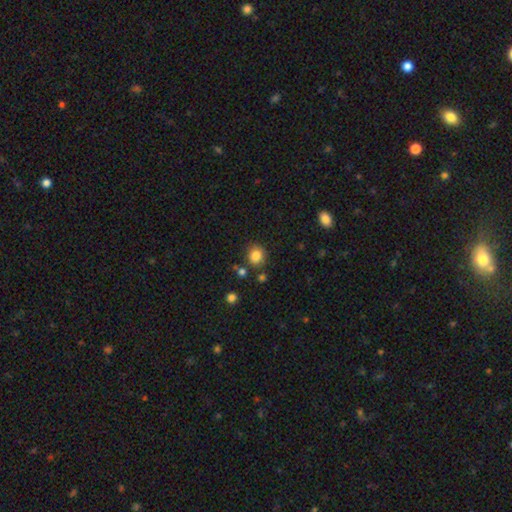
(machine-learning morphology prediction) This is clearly a smooth galaxy (83%). How rounded: clearly round (82%). Merging: clearly none (82%).